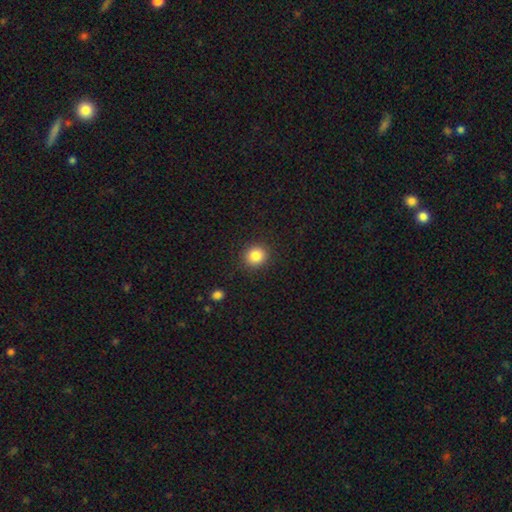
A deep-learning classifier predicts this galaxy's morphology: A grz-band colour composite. It shows a smooth galaxy with no disk features (85%) that is round (89%). Merging: none (90%).